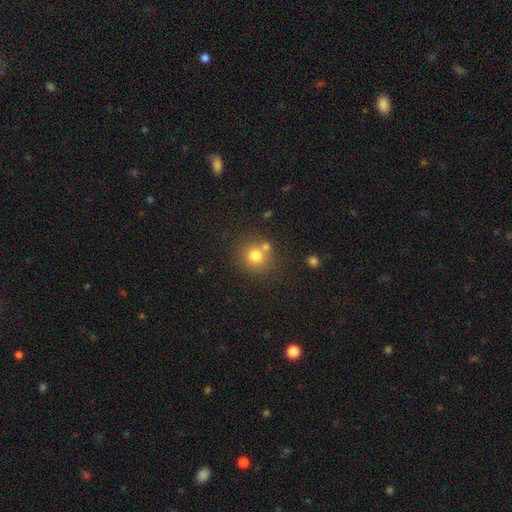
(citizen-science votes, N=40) Smooth or featured: smooth — 88% (featured or disk — 8%)
How rounded: round — 94% (in between — 6%)
Merging: none — 61% (merger — 29%)